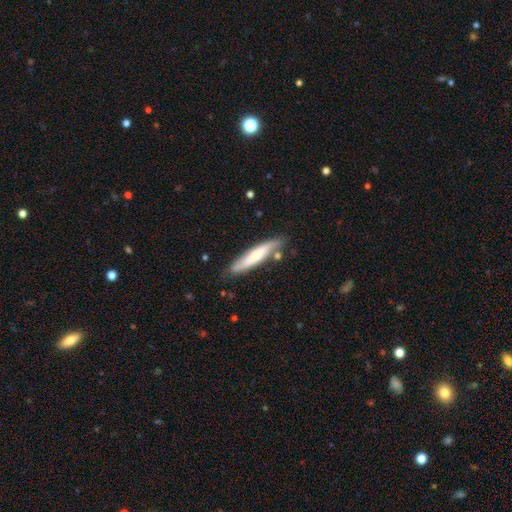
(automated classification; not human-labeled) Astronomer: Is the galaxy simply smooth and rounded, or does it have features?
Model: smooth — 58% (runner-up: featured or disk, 37%).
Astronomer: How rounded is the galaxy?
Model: cigar-shaped — 86%.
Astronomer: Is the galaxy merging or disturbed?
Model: none — 75%.